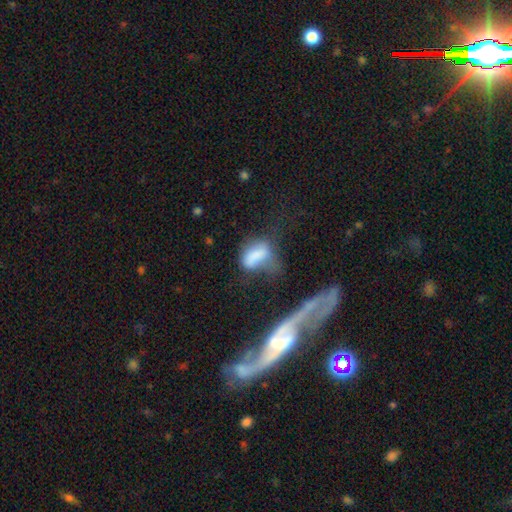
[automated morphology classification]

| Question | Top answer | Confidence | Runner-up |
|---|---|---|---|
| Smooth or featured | smooth | 68% | featured or disk (21%) |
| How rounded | in between | 87% | round (8%) |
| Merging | major disturbance | 46% | minor disturbance (22%) |